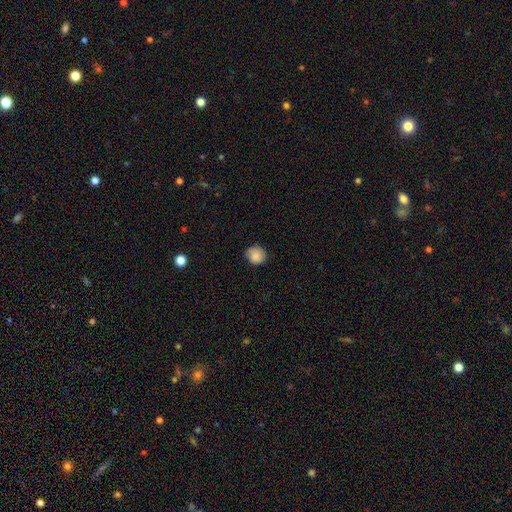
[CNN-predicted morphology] The model was most divided on "merging": none: 75%, minor disturbance: 20%, major disturbance: 3%, merger: 1%. More confident: smooth or featured — smooth (84%); how rounded — round (84%).